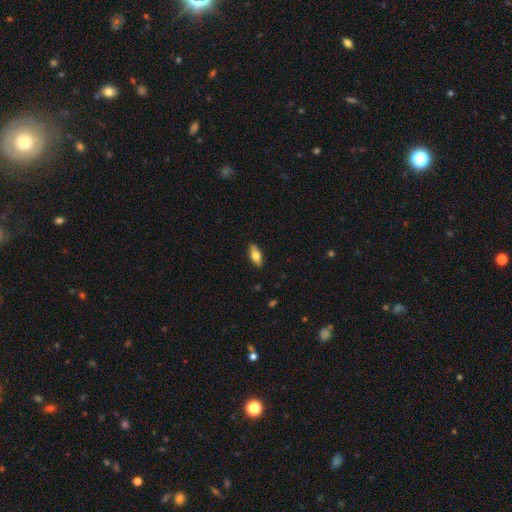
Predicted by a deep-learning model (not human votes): This is likely a smooth galaxy (65%). How rounded: likely in between (76%). Merging: clearly none (88%).